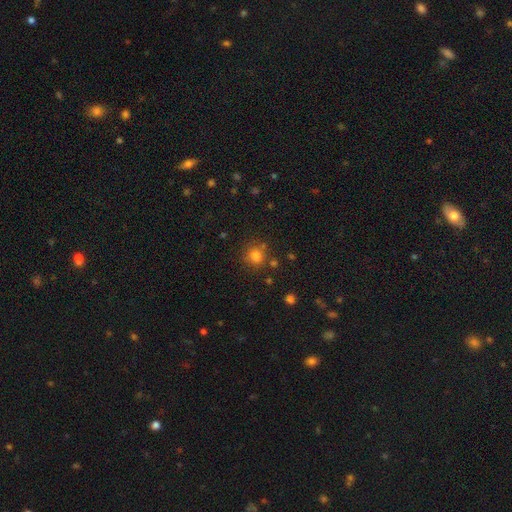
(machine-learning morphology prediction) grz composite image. It shows a smooth galaxy with no disk features (78%) that is round (77%). Merging: none (73%).